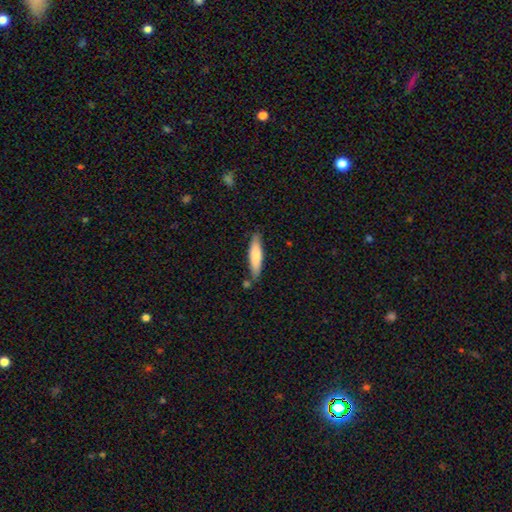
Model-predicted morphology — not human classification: smooth 75%, featured or disk 20%, star or artifact 5%. Down the decision tree: how rounded — cigar-shaped (77%); merging — none (76%).